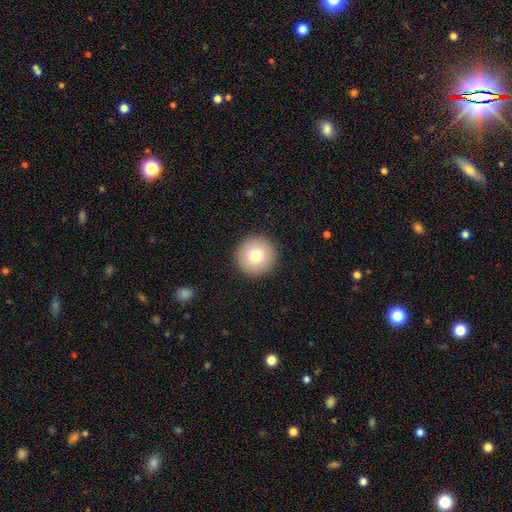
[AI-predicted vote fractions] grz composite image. It shows a smooth galaxy with no disk features (76%) that is round (97%). Merging: none (93%).